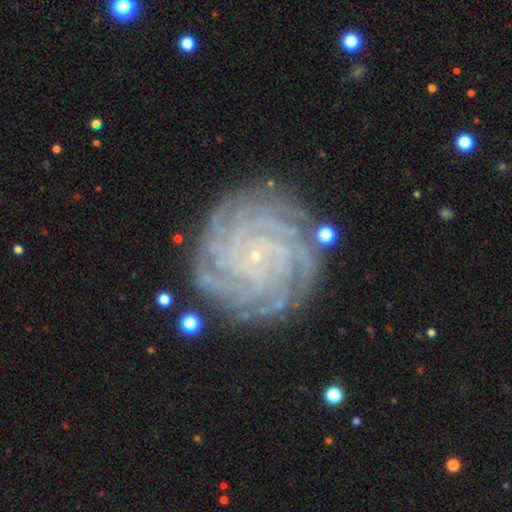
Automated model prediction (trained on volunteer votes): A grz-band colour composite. It shows a featured or disk galaxy (88%) with no bar (73%), more than 4 (39%) tight (86%) spiral arms (99%) and a small central bulge (91%). Merging: none (84%).